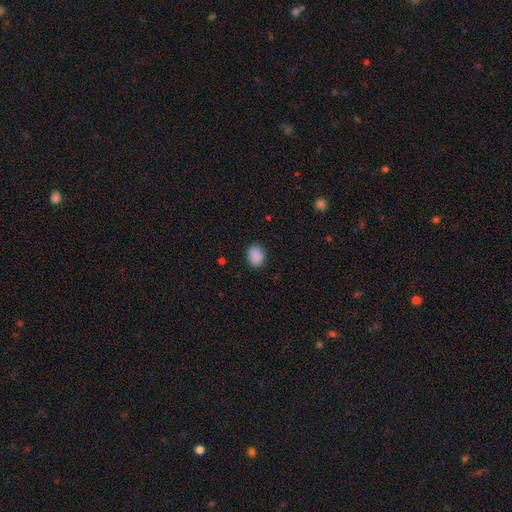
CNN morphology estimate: A smooth galaxy with no disk features (89%) that is in between round and cigar-shaped (52%). Merging: none (86%).